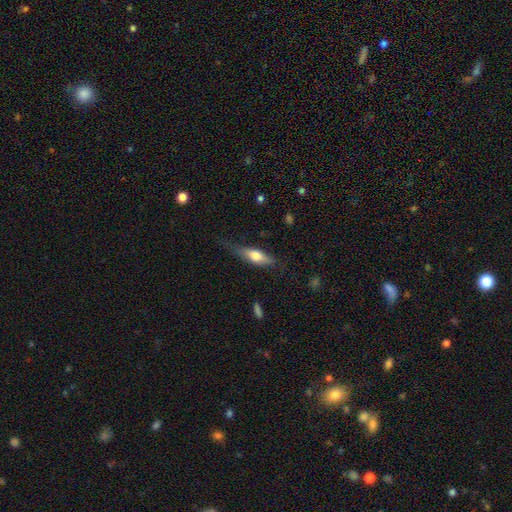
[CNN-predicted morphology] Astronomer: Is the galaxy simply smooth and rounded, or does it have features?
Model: smooth — 60%.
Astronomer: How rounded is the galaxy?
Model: in between — 53% (runner-up: cigar-shaped, 44%).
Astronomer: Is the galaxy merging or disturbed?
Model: none — 56%.